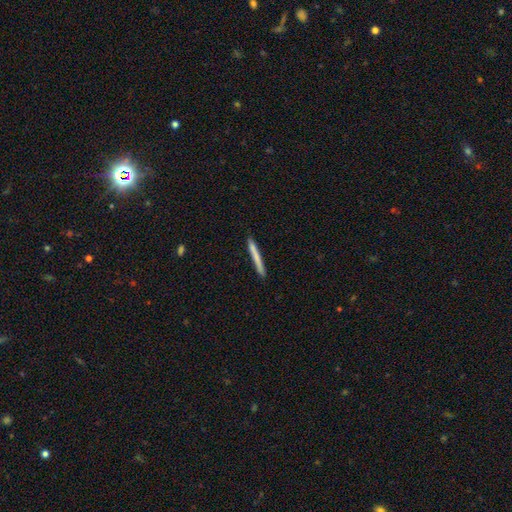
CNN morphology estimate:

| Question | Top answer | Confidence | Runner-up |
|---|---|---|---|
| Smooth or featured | smooth | 71% | featured or disk (23%) |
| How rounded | cigar-shaped | 97% | in between (2%) |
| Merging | none | 89% | minor disturbance (8%) |